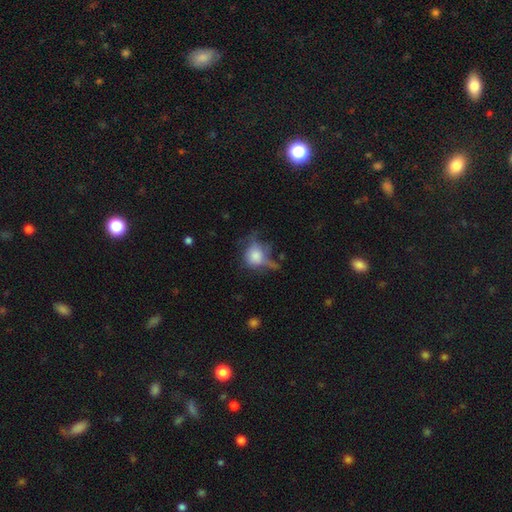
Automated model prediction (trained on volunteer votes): Smooth or featured: smooth — 65% (featured or disk — 23%)
How rounded: round — 67% (in between — 31%)
Merging: none — 38% (minor disturbance — 27%)